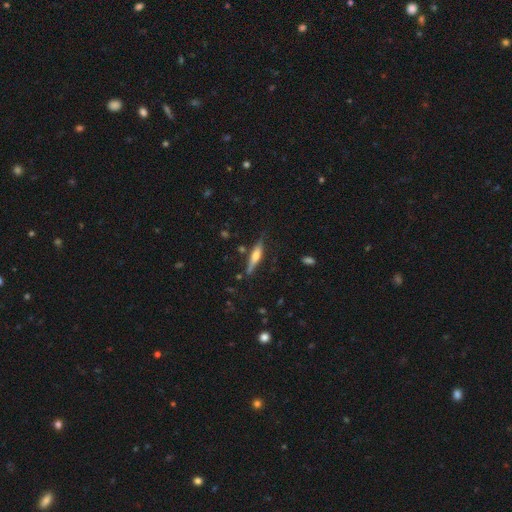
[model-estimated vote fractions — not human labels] featured or disk 58%, smooth 36%, star or artifact 7%. Down the decision tree: edge-on disk — yes (95%); edge-on bulge — rounded (81%); merging — none (77%).